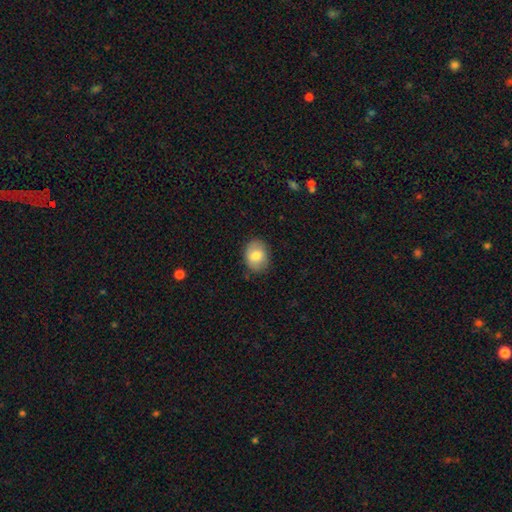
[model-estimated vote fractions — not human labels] Smooth or featured?
  - smooth: 79% *
  - featured or disk: 14%
  - star or artifact: 7%
How rounded?
  - in between: 64% *
  - round: 35%
  - cigar-shaped: 1%
Merging?
  - none: 80% *
  - minor disturbance: 15%
  - major disturbance: 3%
  - merger: 1%